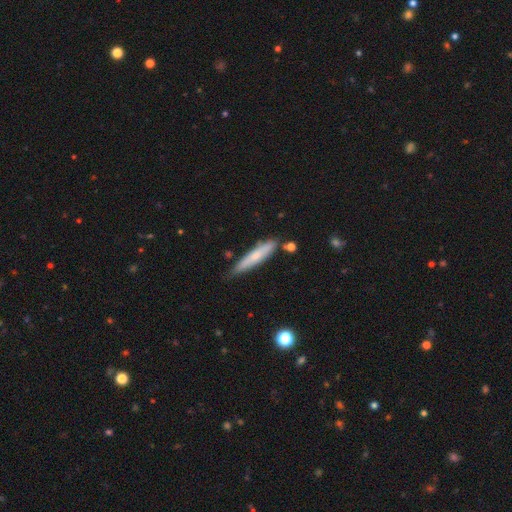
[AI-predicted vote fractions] Smooth or featured? Predicted: smooth (p=0.61). How rounded? Predicted: cigar-shaped (p=0.88). Merging? Predicted: none (p=0.73).